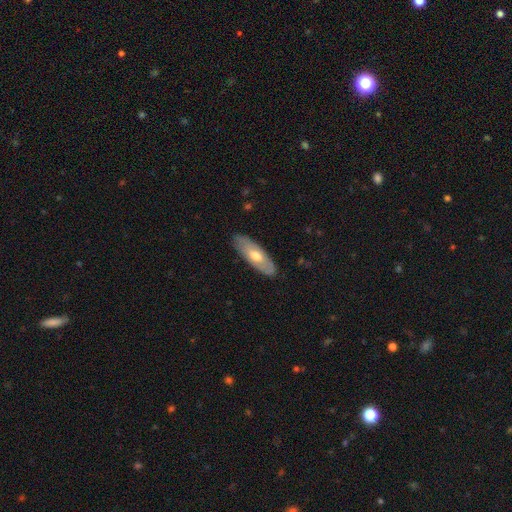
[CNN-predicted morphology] A smooth galaxy with no disk features (50%).

Vote fractions:
- Smooth or featured? smooth: 50% / featured or disk: 44% / star or artifact: 6%
- Merging? none: 86% / minor disturbance: 10% / major disturbance: 2% / merger: 1%